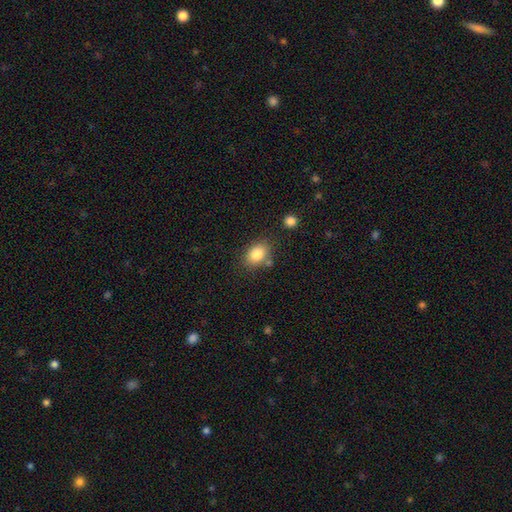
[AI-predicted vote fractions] A smooth galaxy with no disk features (83%) that is in between round and cigar-shaped (75%). Merging: none (73%).